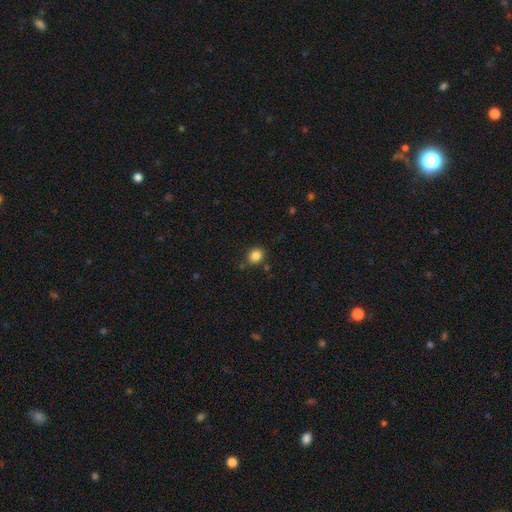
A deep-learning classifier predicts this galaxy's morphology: smooth_or_featured: smooth (p=0.85) [alt: star or artifact p=0.11]
how_rounded: round (p=0.68) [alt: in between p=0.31]
merging: none (p=0.83) [alt: minor disturbance p=0.11]